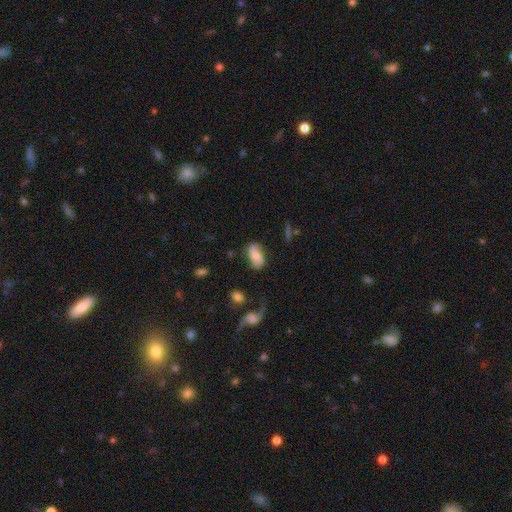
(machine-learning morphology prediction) smooth 51%, featured or disk 40%, star or artifact 9%. Down the decision tree: how rounded — in between (90%); merging — none (64%).